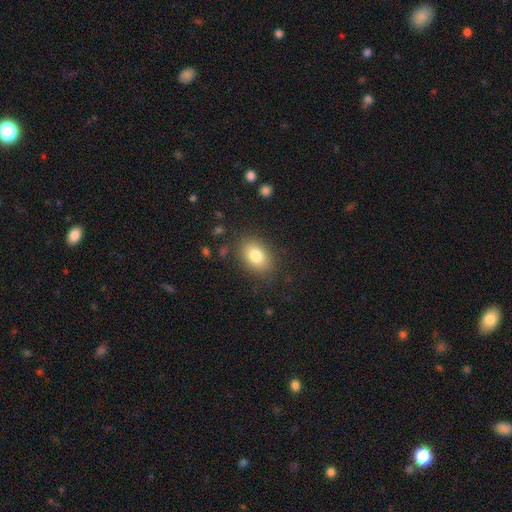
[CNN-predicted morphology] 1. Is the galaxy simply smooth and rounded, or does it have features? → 81% smooth, 10% featured or disk, 9% star or artifact.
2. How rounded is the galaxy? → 79% in between, 20% round, 1% cigar-shaped.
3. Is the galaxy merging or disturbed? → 84% none, 11% minor disturbance, 4% major disturbance, 1% merger.